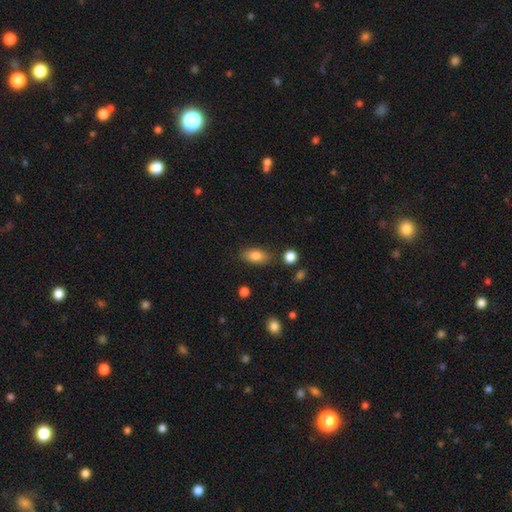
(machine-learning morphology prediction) Smooth or featured? Predicted: smooth (p=0.83). How rounded? Predicted: in between (p=0.87). Merging? Predicted: none (p=0.81).